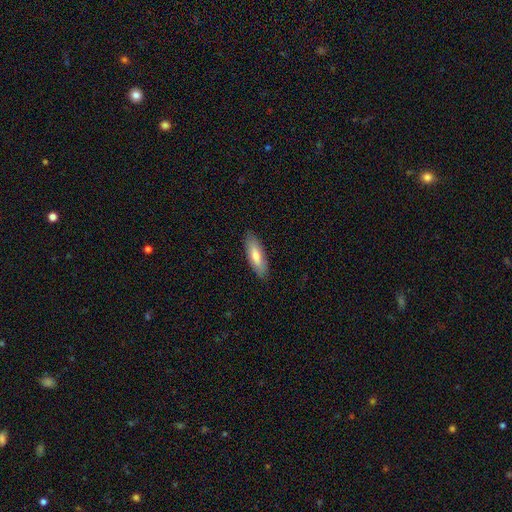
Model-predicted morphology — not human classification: Overall: smooth (71%). How rounded: in between (52%; cigar-shaped 46%). Merging: none (88%).